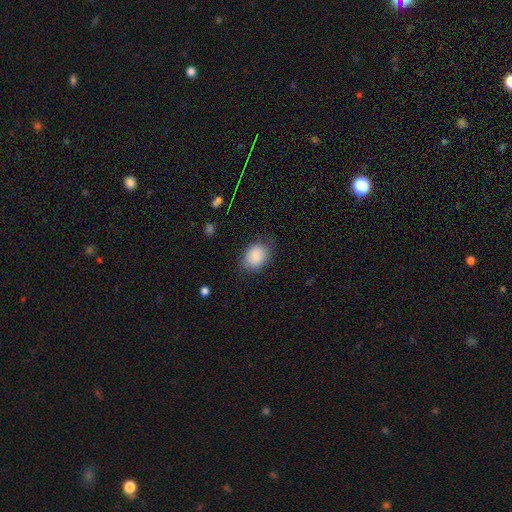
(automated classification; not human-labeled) A smooth galaxy with no disk features (88%) that is in between round and cigar-shaped (64%). Merging: none (73%).